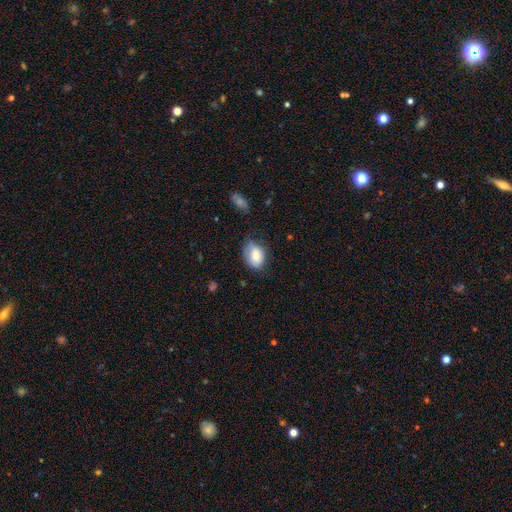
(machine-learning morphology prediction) This appears to be a smooth galaxy with no disk features (81%) that is in between round and cigar-shaped (74%). Merging: none (51%).